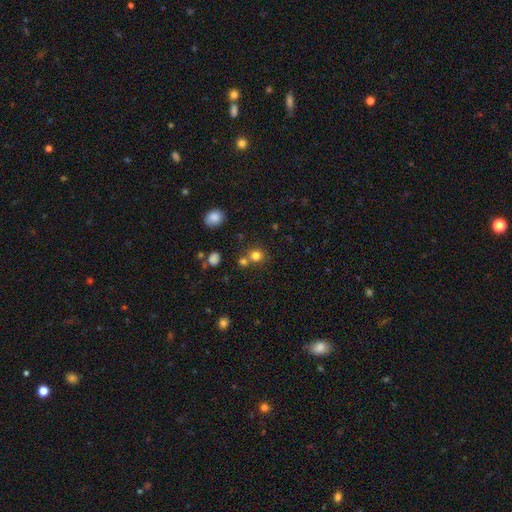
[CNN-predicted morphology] Smooth or featured?
  - smooth: 78% *
  - star or artifact: 15%
  - featured or disk: 7%
How rounded?
  - round: 87% *
  - in between: 12%
  - cigar-shaped: 1%
Merging?
  - none: 64% *
  - merger: 25%
  - minor disturbance: 8%
  - major disturbance: 3%